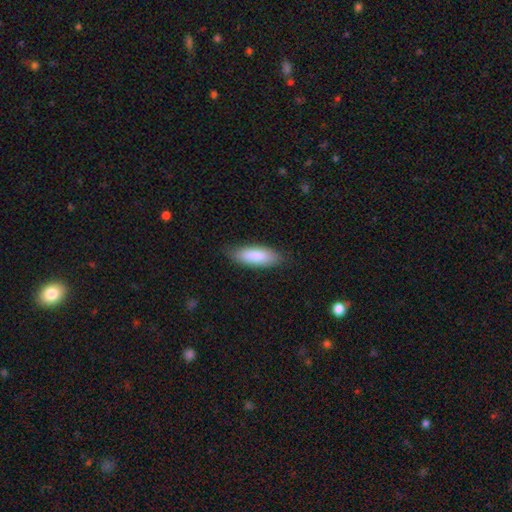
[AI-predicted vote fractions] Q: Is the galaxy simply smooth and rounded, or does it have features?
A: smooth — 86%.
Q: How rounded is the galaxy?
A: in between — 69%.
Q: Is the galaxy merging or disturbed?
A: none — 82%.